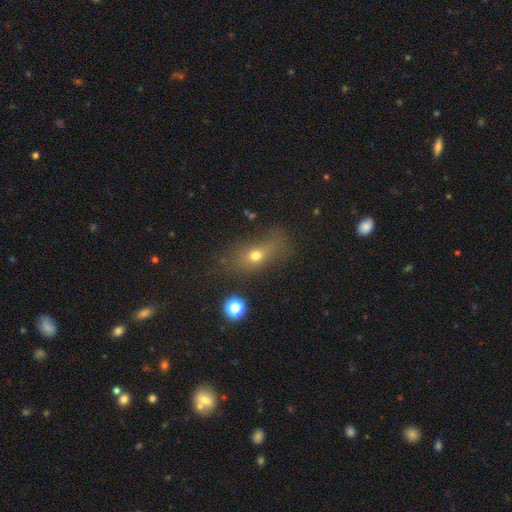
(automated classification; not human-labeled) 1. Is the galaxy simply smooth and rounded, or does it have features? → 63% smooth, 20% featured or disk, 17% star or artifact.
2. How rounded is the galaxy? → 62% in between, 25% round, 13% cigar-shaped.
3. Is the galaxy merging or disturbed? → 57% none, 21% minor disturbance, 17% major disturbance, 5% merger.